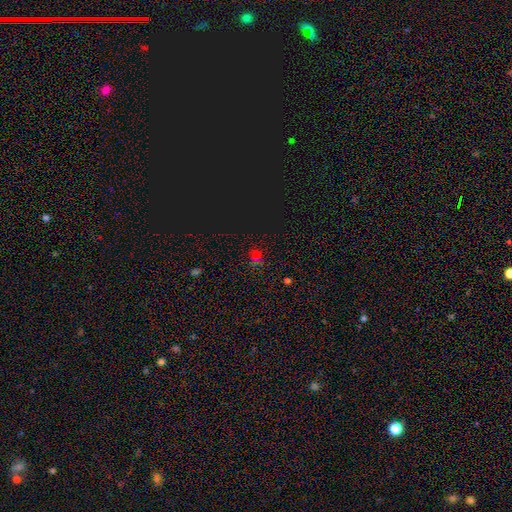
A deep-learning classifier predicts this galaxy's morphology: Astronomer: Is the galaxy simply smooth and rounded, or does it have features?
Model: smooth — 50% (runner-up: star or artifact, 44%).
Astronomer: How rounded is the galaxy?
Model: in between — 68%.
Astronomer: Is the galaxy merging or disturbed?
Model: none — 77%.